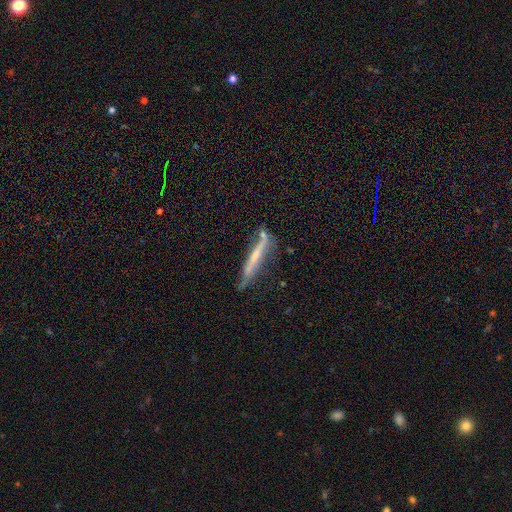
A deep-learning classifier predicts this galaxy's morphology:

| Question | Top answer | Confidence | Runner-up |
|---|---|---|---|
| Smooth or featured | featured or disk | 58% | smooth (35%) |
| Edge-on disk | yes | 89% | no (11%) |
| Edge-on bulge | none | 60% | rounded (29%) |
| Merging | none | 59% | minor disturbance (25%) |